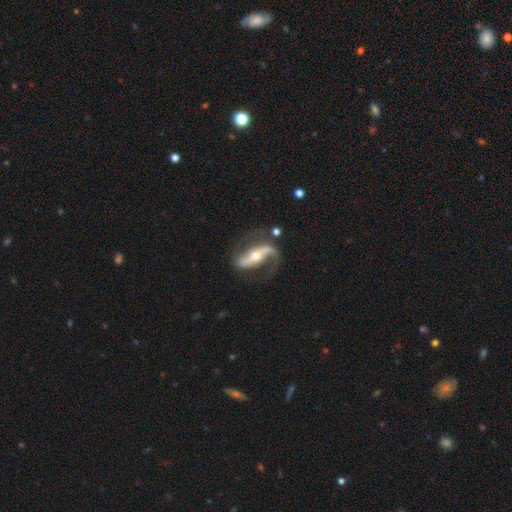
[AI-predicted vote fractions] featured or disk 87%, smooth 8%, star or artifact 5%. Down the decision tree: edge-on disk — no (91%); bar — strong (56%); spiral arms — yes (94%); spiral arm count — 2 (81%); spiral winding — loose (61%); bulge size — moderate (57%); merging — none (66%).